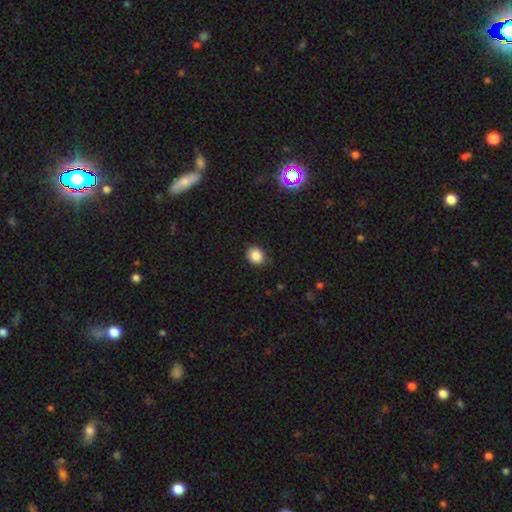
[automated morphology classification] smooth_or_featured: smooth (p=0.86) [alt: star or artifact p=0.10]
how_rounded: round (p=0.60) [alt: in between p=0.39]
merging: none (p=0.83) [alt: minor disturbance p=0.14]